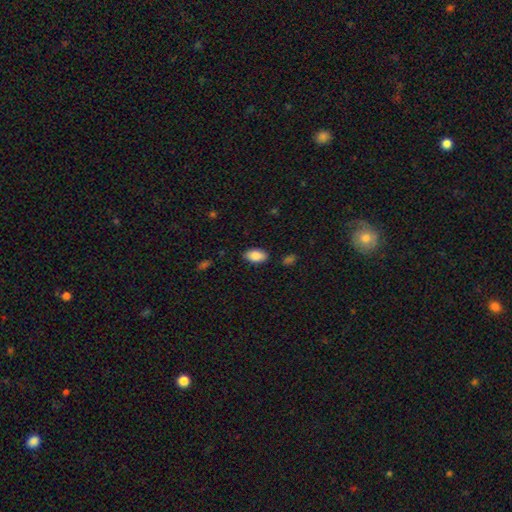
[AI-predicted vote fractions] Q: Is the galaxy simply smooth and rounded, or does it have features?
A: smooth — 88%.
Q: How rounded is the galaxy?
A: in between — 94%.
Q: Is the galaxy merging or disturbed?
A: none — 85%.